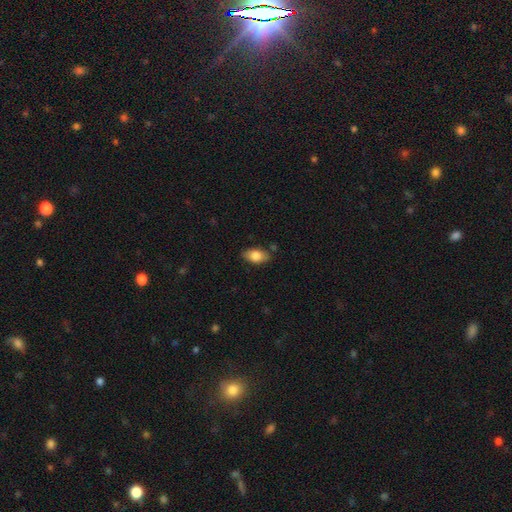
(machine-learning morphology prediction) The model was most divided on "merging": none: 79%, minor disturbance: 15%, major disturbance: 3%, merger: 3%. More confident: how rounded — in between (91%); smooth or featured — smooth (82%).